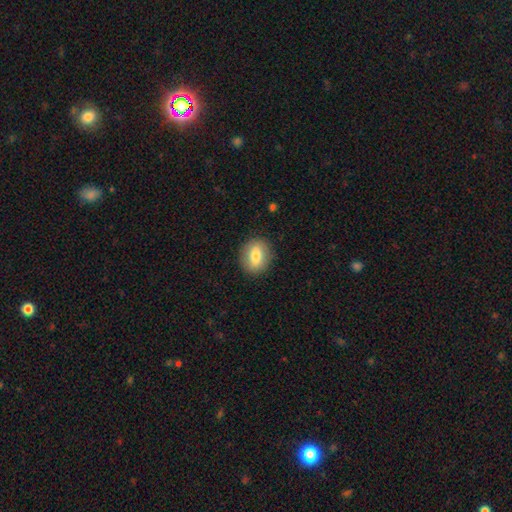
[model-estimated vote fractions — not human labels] Smooth or featured? smooth (75%)
How rounded? round (51%)
Merging? none (88%)